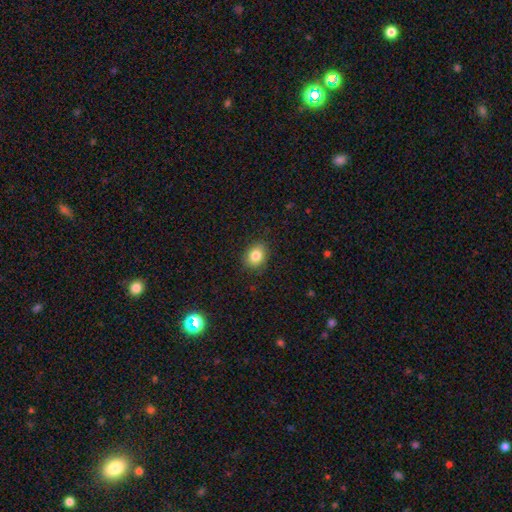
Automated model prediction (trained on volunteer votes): A smooth galaxy with no disk features (83%) that is round (51%).

Vote fractions:
- Smooth or featured? smooth: 83% / star or artifact: 10% / featured or disk: 7%
- How rounded? round: 51% / in between: 48% / cigar-shaped: 1%
- Merging? none: 85% / minor disturbance: 12% / major disturbance: 3% / merger: 1%